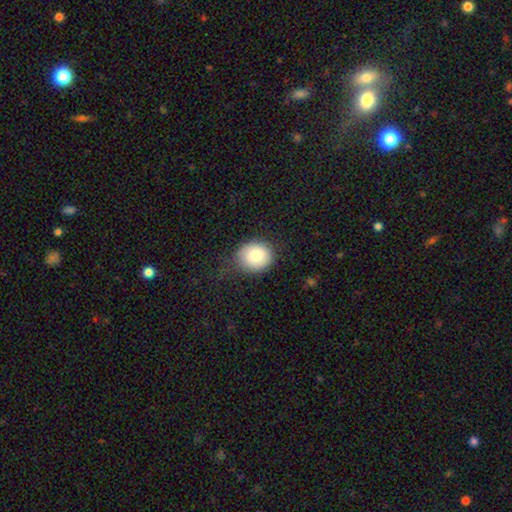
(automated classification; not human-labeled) Smooth or featured?
  - smooth: 81% *
  - featured or disk: 11%
  - star or artifact: 8%
How rounded?
  - round: 75% *
  - in between: 25%
  - cigar-shaped: 1%
Merging?
  - none: 72% *
  - minor disturbance: 20%
  - major disturbance: 7%
  - merger: 1%